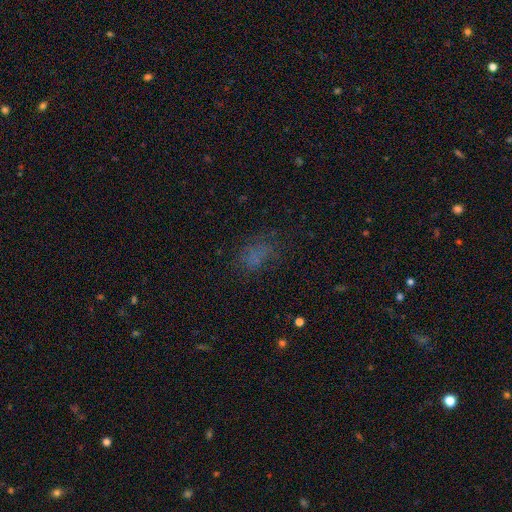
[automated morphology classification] The model was most divided on "merging": none: 55%, minor disturbance: 22%, major disturbance: 21%, merger: 3%. More confident: how rounded — in between (76%); smooth or featured — smooth (59%).